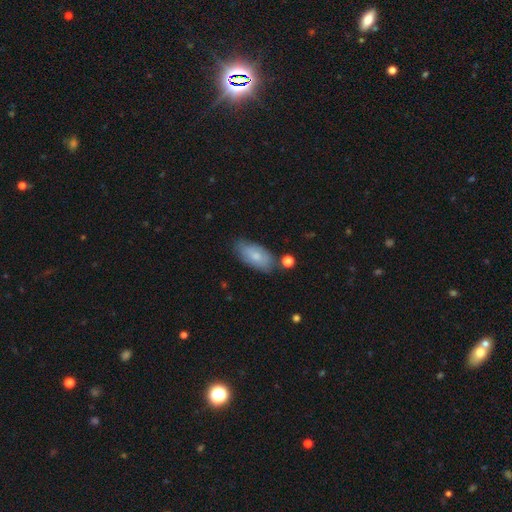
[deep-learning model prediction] smooth-or-featured: smooth: 70% | featured or disk: 23% | star or artifact: 7%
  how-rounded: in between: 91% | cigar-shaped: 5% | round: 3%
  merging: none: 69% | minor disturbance: 22% | merger: 5% | major disturbance: 4%